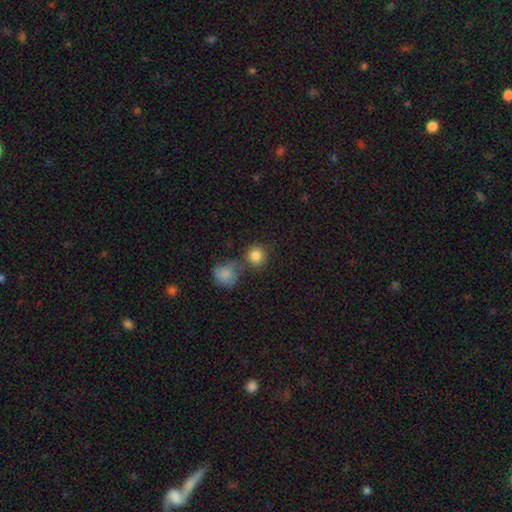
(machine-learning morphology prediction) type=smooth (85%); roundness=round (89%); merging=none (63%).